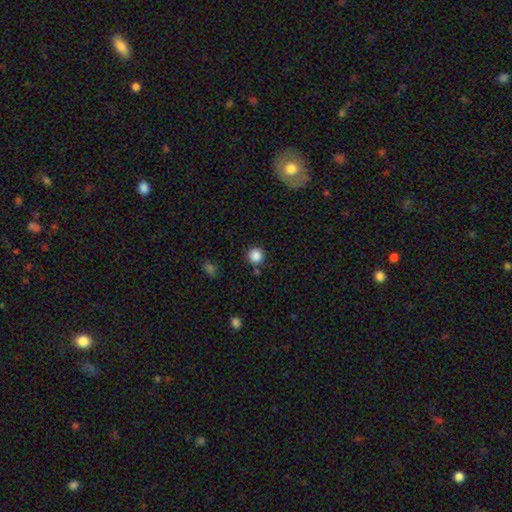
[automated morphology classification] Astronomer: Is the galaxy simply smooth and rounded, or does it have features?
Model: smooth — 86%.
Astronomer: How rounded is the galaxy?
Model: round — 95%.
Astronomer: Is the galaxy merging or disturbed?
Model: none — 85%.